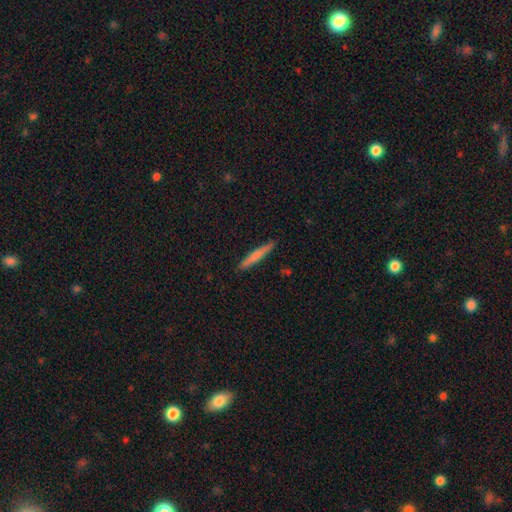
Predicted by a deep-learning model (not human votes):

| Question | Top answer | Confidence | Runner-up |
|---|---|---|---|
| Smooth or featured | smooth | 68% | featured or disk (26%) |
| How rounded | cigar-shaped | 95% | in between (3%) |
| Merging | none | 91% | minor disturbance (7%) |